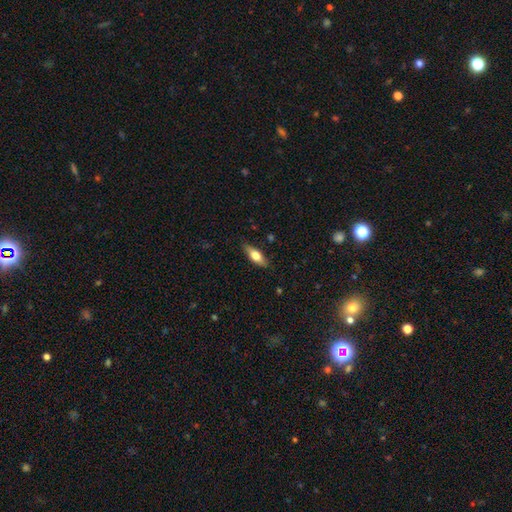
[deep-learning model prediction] This is possibly a smooth galaxy (59%). How rounded: likely in between (61%). Merging: clearly none (85%).